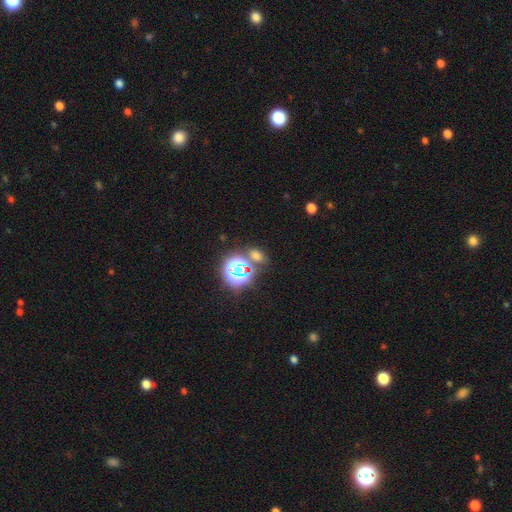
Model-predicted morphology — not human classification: The model was most divided on "smooth or featured": smooth: 49%, star or artifact: 43%, featured or disk: 8%. More confident: merging — none (68%).